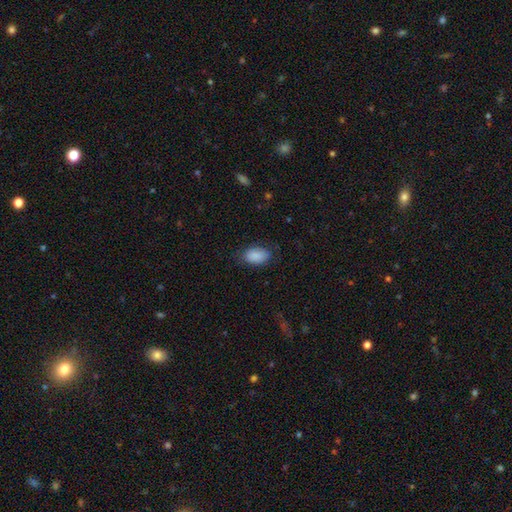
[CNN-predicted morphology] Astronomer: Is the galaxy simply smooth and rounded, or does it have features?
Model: smooth — 89%.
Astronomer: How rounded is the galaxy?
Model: in between — 92%.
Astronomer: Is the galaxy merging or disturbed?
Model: none — 79%.